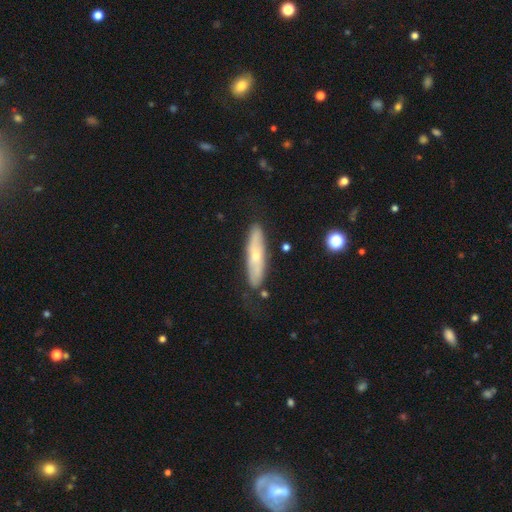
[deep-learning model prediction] Smooth or featured? featured or disk (51%)
Edge-on disk? yes (54%)
Merging? none (76%)